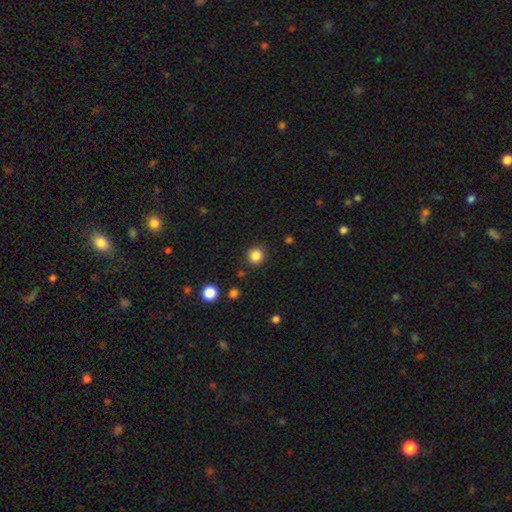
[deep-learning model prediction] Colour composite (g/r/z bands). It shows a smooth galaxy with no disk features (85%) that is round (93%). Merging: none (89%).